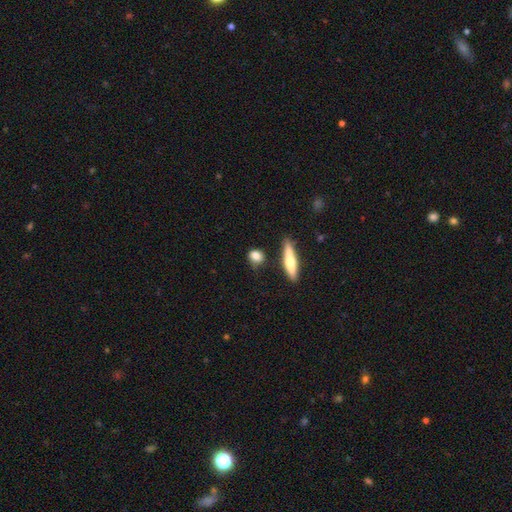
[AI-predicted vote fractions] This appears to be a smooth galaxy with no disk features (79%) that is round (49%). Merging: none (71%).